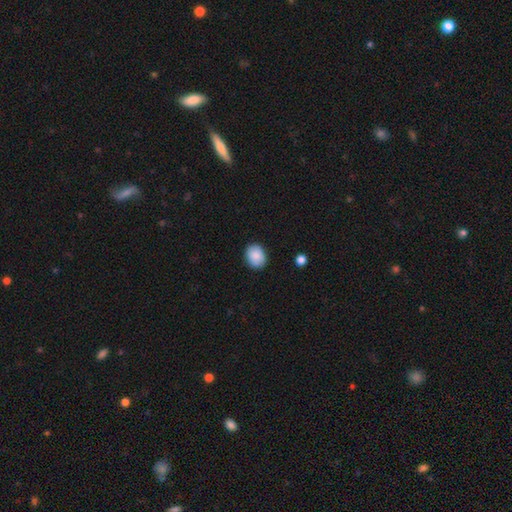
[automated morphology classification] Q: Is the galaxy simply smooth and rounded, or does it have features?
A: smooth — 88%.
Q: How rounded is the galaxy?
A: in between — 58%.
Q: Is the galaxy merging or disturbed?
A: none — 85%.